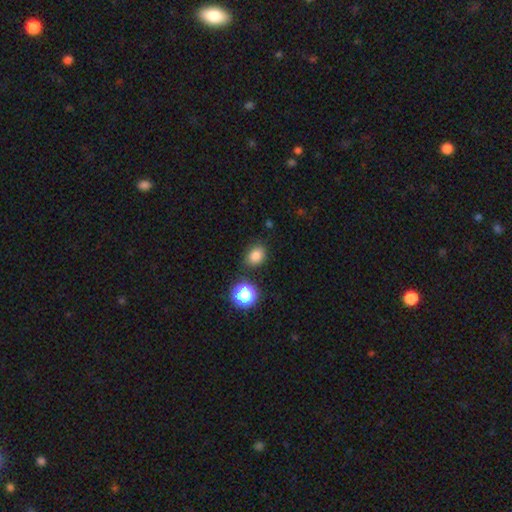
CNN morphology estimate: smooth-or-featured: smooth: 81% | star or artifact: 14% | featured or disk: 5%
  how-rounded: in between: 50% | round: 49% | cigar-shaped: 1%
  merging: none: 82% | minor disturbance: 11% | merger: 4% | major disturbance: 3%